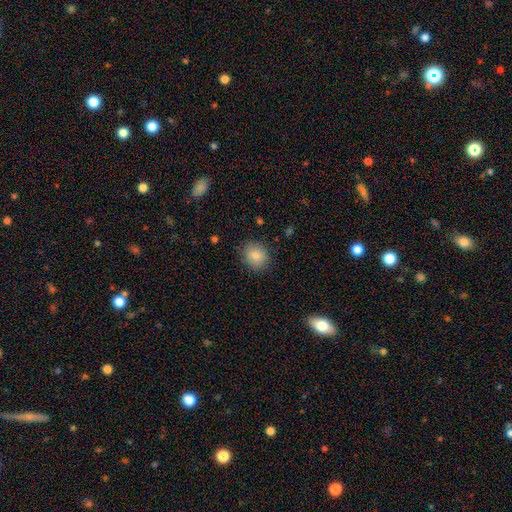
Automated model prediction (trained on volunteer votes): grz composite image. It shows a smooth galaxy with no disk features (84%) that is round (70%). Merging: none (86%).